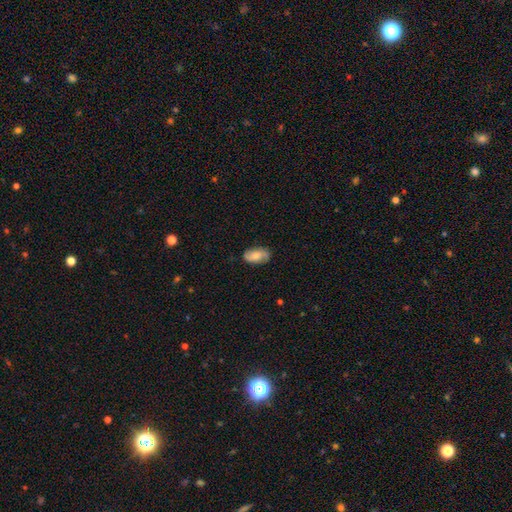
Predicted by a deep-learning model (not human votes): A smooth galaxy with no disk features (58%) that is in between round and cigar-shaped (92%).

Vote fractions:
- Smooth or featured? smooth: 58% / featured or disk: 35% / star or artifact: 7%
- How rounded? in between: 92% / round: 5% / cigar-shaped: 3%
- Merging? none: 80% / minor disturbance: 16% / major disturbance: 3% / merger: 1%